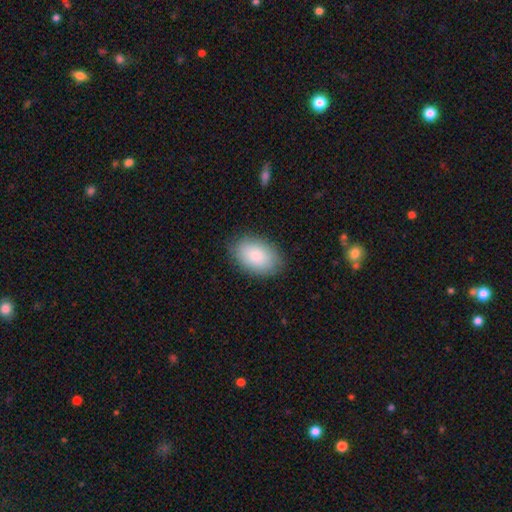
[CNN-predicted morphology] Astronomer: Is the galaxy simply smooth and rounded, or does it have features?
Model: smooth — 85%.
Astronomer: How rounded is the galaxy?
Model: in between — 90%.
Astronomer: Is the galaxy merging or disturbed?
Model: none — 85%.